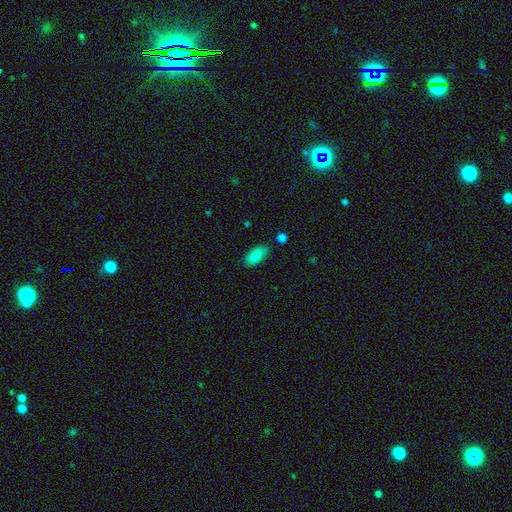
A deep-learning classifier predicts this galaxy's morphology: type=smooth (87%); roundness=in between (92%); merging=none (78%).